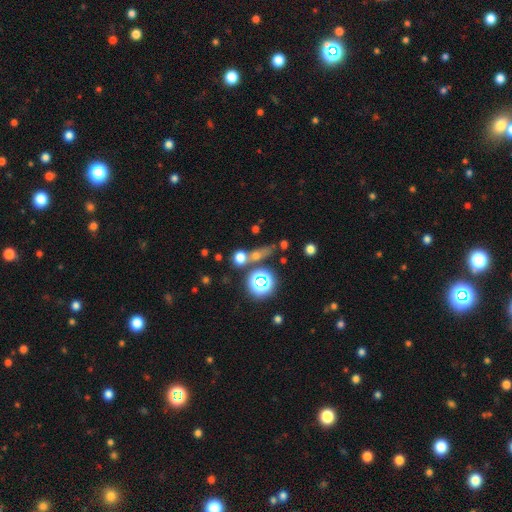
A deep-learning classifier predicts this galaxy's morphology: Smooth or featured?
  - smooth: 51% *
  - star or artifact: 32%
  - featured or disk: 16%
How rounded?
  - round: 52% *
  - in between: 28%
  - cigar-shaped: 20%
Merging?
  - none: 64% *
  - merger: 21%
  - minor disturbance: 10%
  - major disturbance: 6%